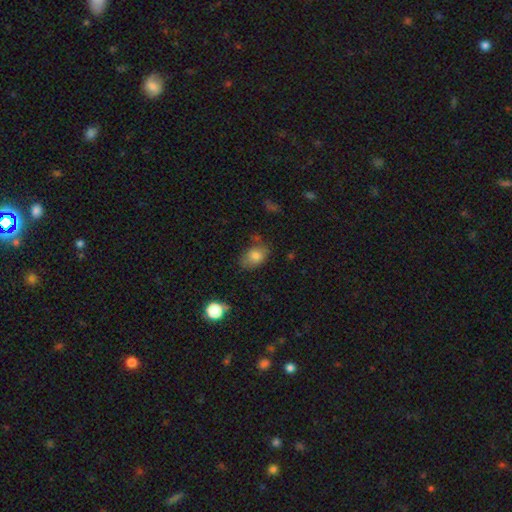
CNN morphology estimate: smooth_or_featured: smooth (p=0.79) [alt: featured or disk p=0.11]
how_rounded: in between (p=0.79) [alt: round p=0.19]
merging: none (p=0.62) [alt: minor disturbance p=0.26]